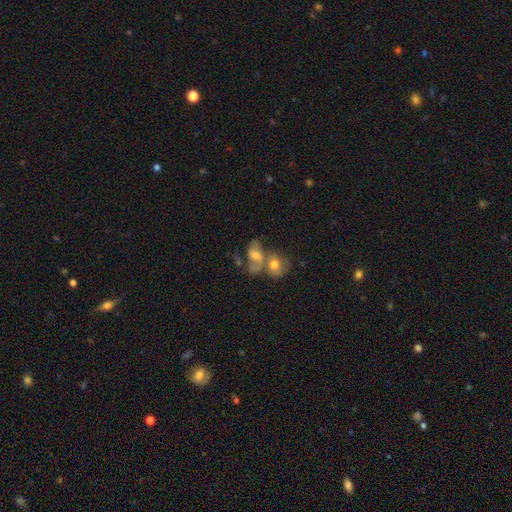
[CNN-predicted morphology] Smooth or featured? Predicted: featured or disk (p=0.47). Merging? Predicted: merger (p=0.60).